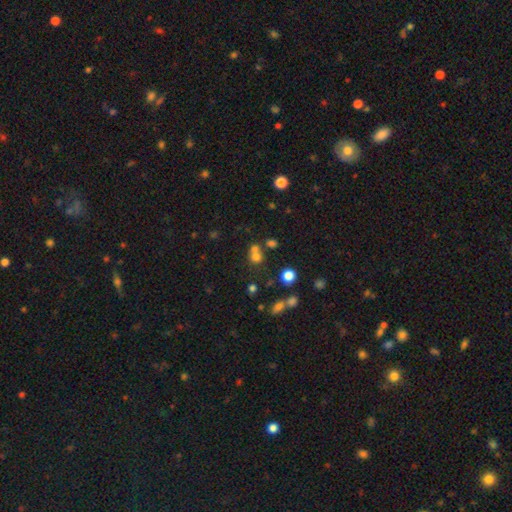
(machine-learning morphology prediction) smooth 66%, star or artifact 21%, featured or disk 13%. Down the decision tree: how rounded — round (81%); merging — merger (45%).